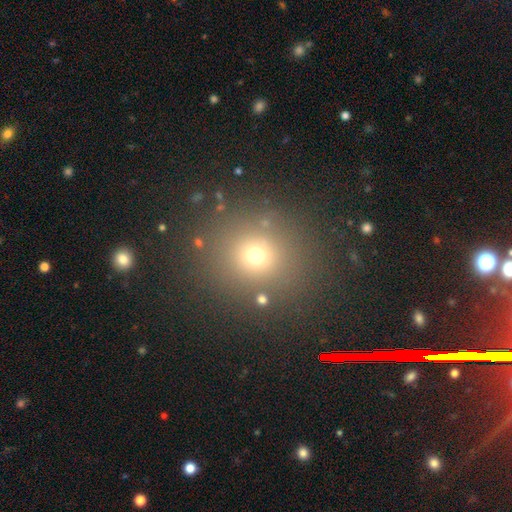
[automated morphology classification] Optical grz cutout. It shows a smooth galaxy with no disk features (65%) that is round (87%). Merging: none (86%).